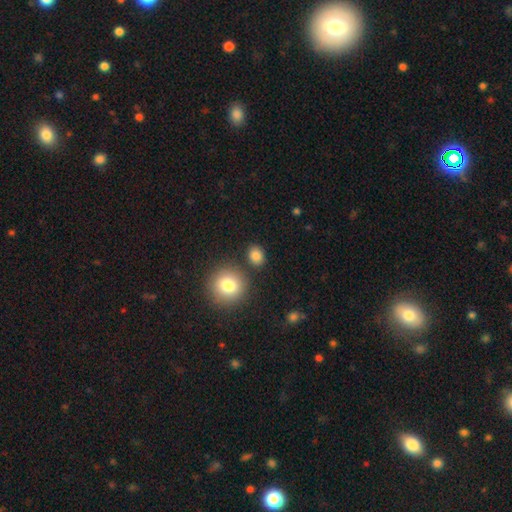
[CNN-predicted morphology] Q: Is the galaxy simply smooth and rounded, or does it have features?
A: smooth — 84%.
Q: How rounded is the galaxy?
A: round — 57%.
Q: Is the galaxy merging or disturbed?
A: none — 82%.